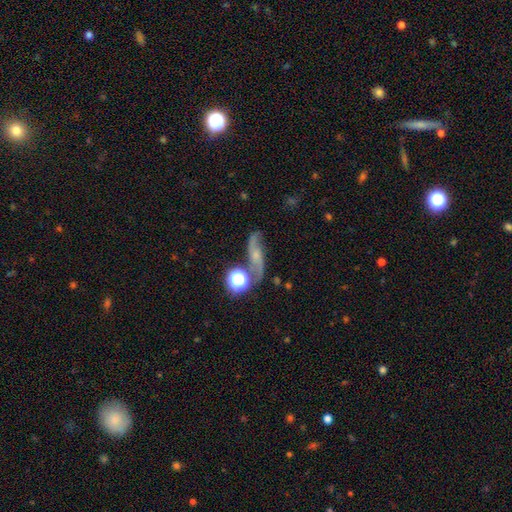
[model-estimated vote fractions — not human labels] This appears to be a featured or disk galaxy (69%) with no bar (61%), 2 (90%) loose (66%) spiral arms (93%) and a small central bulge (51%). Merging: none (66%).